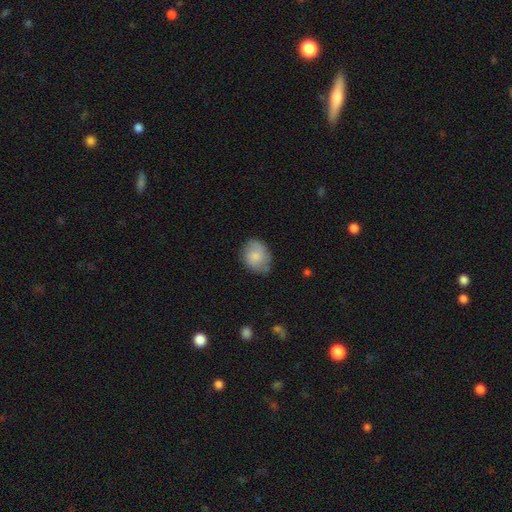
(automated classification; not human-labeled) A smooth galaxy with no disk features (71%) that is in between round and cigar-shaped (56%). Merging: none (67%).